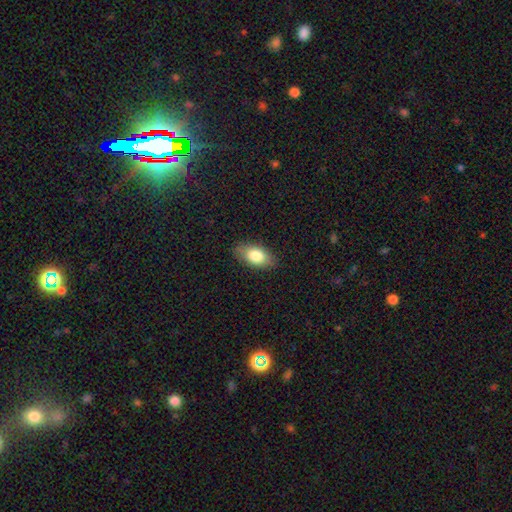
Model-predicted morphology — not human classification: smooth 79%, featured or disk 14%, star or artifact 7%. Down the decision tree: how rounded — in between (89%); merging — none (84%).